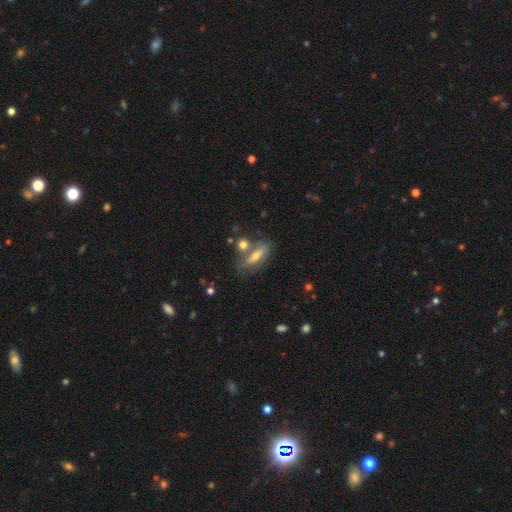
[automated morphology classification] Smooth or featured? Predicted: smooth (p=0.55). How rounded? Predicted: in between (p=0.51). Merging? Predicted: none (p=0.60).